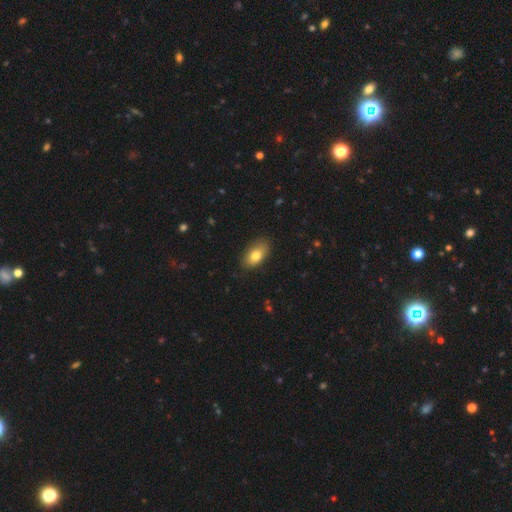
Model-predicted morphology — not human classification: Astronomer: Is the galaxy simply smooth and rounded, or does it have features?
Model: smooth — 78%.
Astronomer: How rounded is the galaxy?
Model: in between — 90%.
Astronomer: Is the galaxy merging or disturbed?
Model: none — 83%.